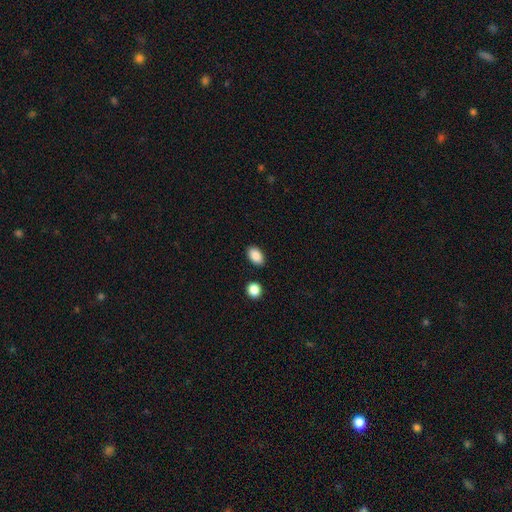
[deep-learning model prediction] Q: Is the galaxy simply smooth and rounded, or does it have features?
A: smooth — 87%.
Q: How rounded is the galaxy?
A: in between — 89%.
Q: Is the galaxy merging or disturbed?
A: none — 87%.